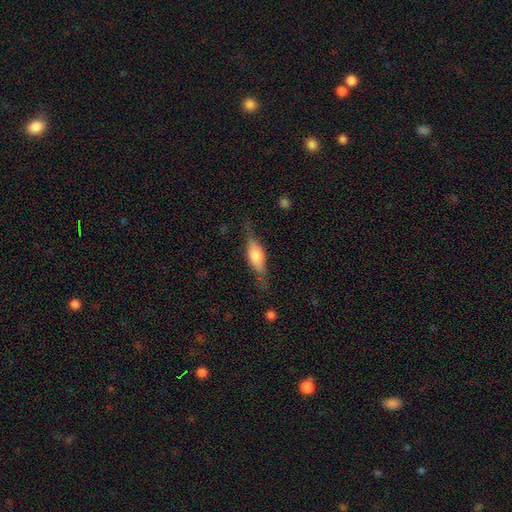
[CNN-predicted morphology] Smooth or featured?
  - smooth: 49% *
  - featured or disk: 45%
  - star or artifact: 7%
Merging?
  - none: 67% *
  - minor disturbance: 22%
  - major disturbance: 9%
  - merger: 2%